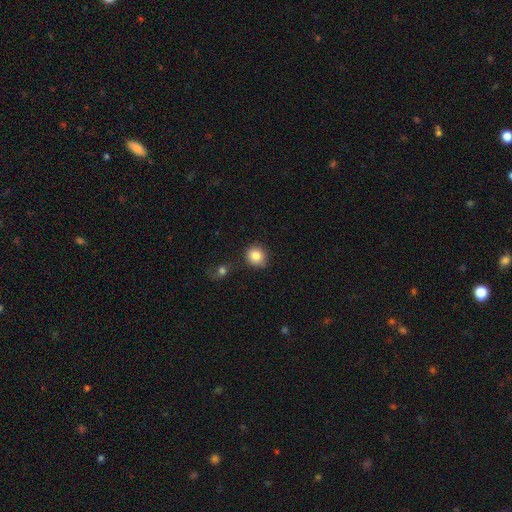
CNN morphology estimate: Q: Smooth or featured?
A: smooth (84%); runner-up: star or artifact (9%)
Q: How rounded?
A: round (86%); runner-up: in between (13%)
Q: Merging?
A: none (81%); runner-up: minor disturbance (11%)